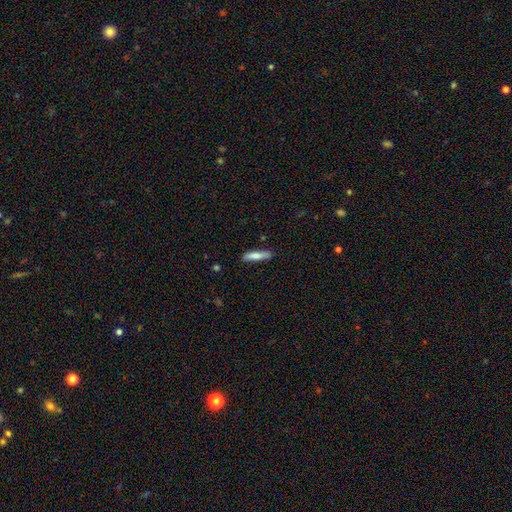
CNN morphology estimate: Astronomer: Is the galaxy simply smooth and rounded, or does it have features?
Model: smooth — 77%.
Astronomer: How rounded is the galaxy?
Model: cigar-shaped — 78%.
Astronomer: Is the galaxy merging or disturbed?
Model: none — 84%.